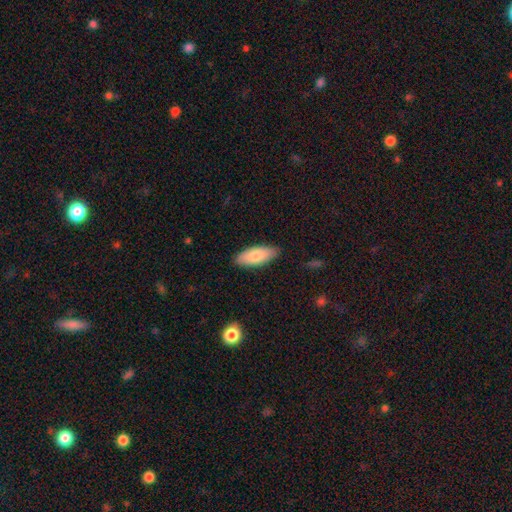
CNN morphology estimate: smooth_or_featured: smooth (p=0.80) [alt: featured or disk p=0.14]
how_rounded: in between (p=0.82) [alt: cigar-shaped p=0.16]
merging: none (p=0.87) [alt: minor disturbance p=0.10]